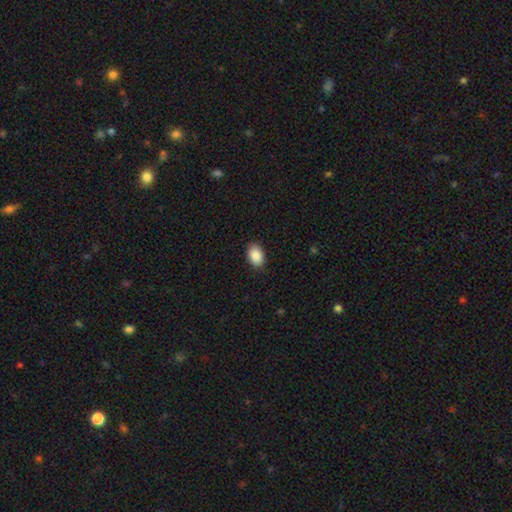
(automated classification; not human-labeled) Smooth or featured: smooth — 89% (star or artifact — 7%)
How rounded: in between — 84% (round — 15%)
Merging: none — 88% (minor disturbance — 9%)